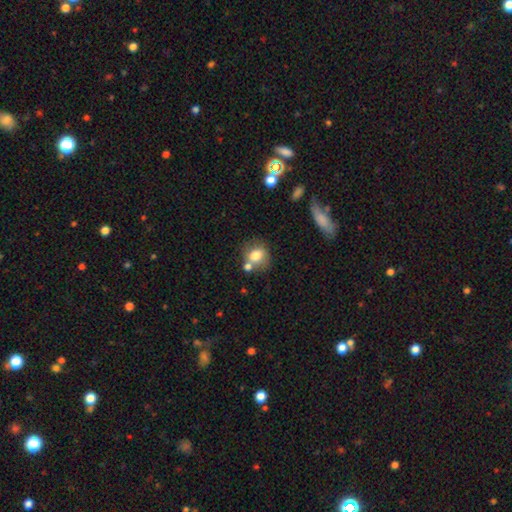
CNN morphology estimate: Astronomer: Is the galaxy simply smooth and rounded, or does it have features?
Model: smooth — 75%.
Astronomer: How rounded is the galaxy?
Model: round — 66%.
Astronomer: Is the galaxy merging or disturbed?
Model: none — 56%.